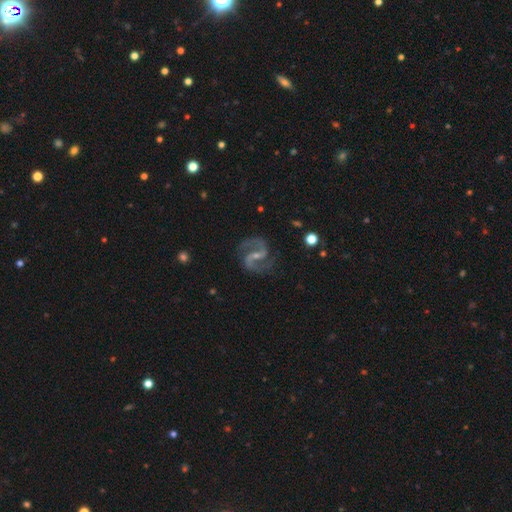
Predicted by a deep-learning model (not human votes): Morphology: type=featured or disk (92%); edge-on=no (98%); bar=weak (44%); spiral arms=yes (98%); winding=medium (63%); arm count=2 (94%); bulge=small (66%); merging=none (83%).